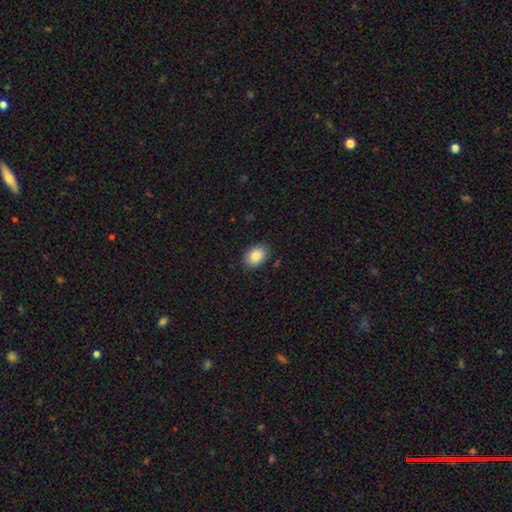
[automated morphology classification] Q: Smooth or featured?
A: smooth (86%); runner-up: star or artifact (7%)
Q: How rounded?
A: in between (80%); runner-up: round (19%)
Q: Merging?
A: none (87%); runner-up: minor disturbance (9%)